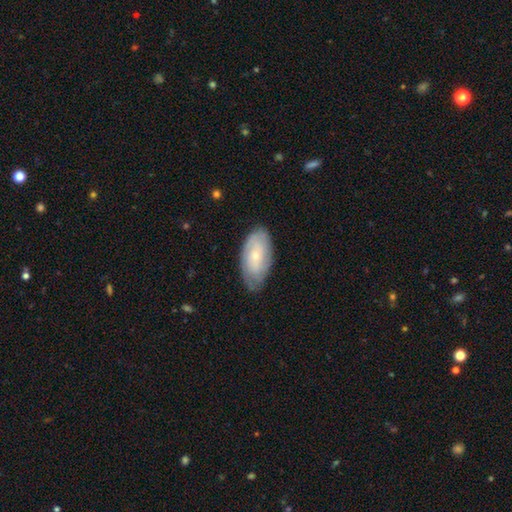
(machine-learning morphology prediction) featured or disk 48%, smooth 45%, star or artifact 6%. Down the decision tree: merging — none (73%).